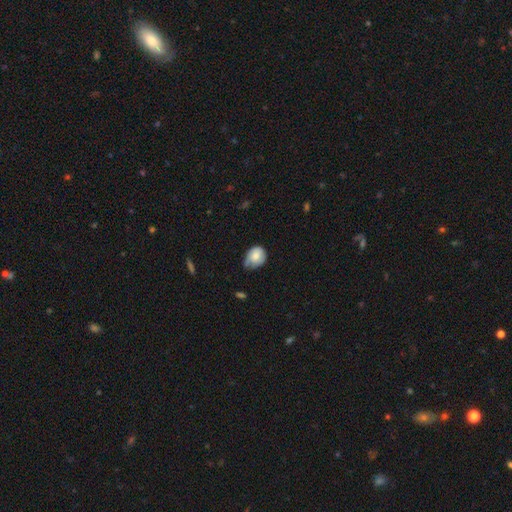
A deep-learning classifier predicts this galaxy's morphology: Q: Smooth or featured?
A: smooth (74%); runner-up: featured or disk (18%)
Q: How rounded?
A: round (54%); runner-up: in between (45%)
Q: Merging?
A: minor disturbance (46%); runner-up: none (38%)